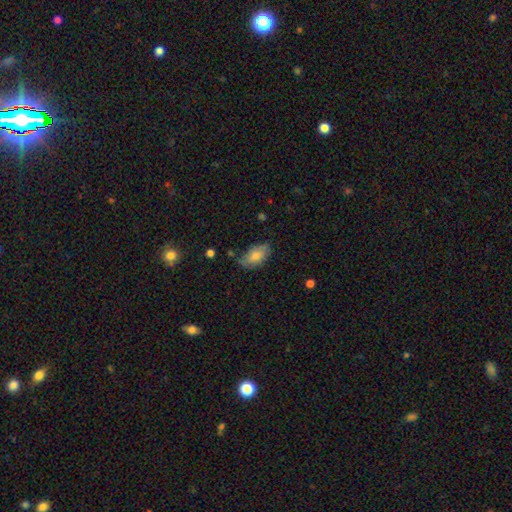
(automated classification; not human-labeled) This is likely a smooth galaxy (71%). How rounded: clearly in between (92%). Merging: likely none (71%).